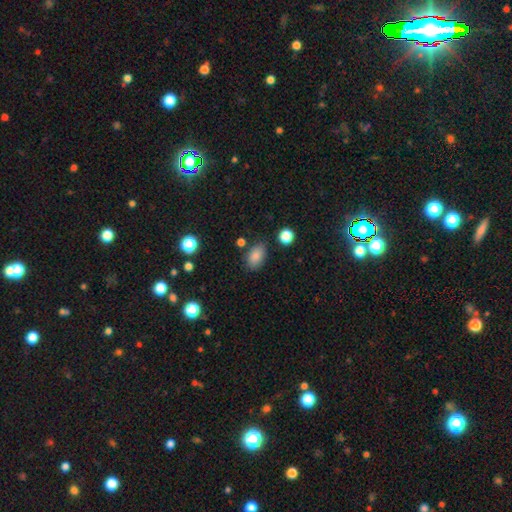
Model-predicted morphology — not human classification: Q: Smooth or featured?
A: smooth (85%); runner-up: star or artifact (10%)
Q: How rounded?
A: in between (86%); runner-up: round (12%)
Q: Merging?
A: none (77%); runner-up: minor disturbance (15%)